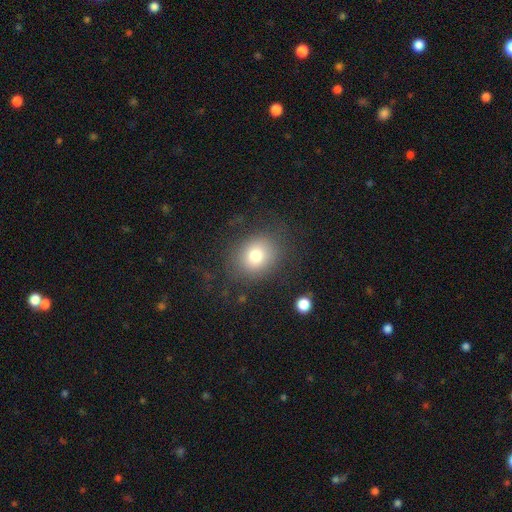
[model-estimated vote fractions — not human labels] Smooth or featured: smooth — 76% (star or artifact — 12%)
How rounded: round — 69% (in between — 30%)
Merging: none — 79% (minor disturbance — 12%)